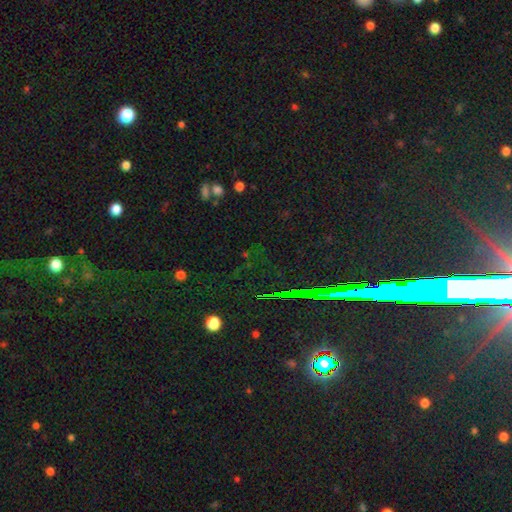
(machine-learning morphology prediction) This appears to be a star or artifact, not a galaxy (78%).